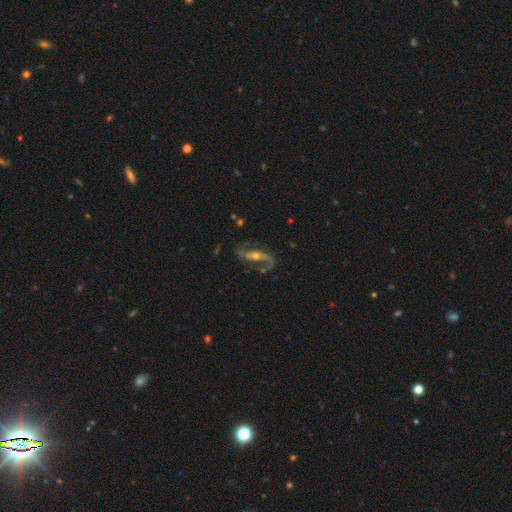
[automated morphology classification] This is clearly a featured or disk galaxy (91%). It is clearly not viewed edge-on (94%). Bar: marginally no (36%). Spiral arm pattern: clearly yes (97%). Spiral arm count: clearly 2 (91%). Spiral winding: likely loose (62%). Central bulge: possibly moderate (57%). Merging: likely none (74%).